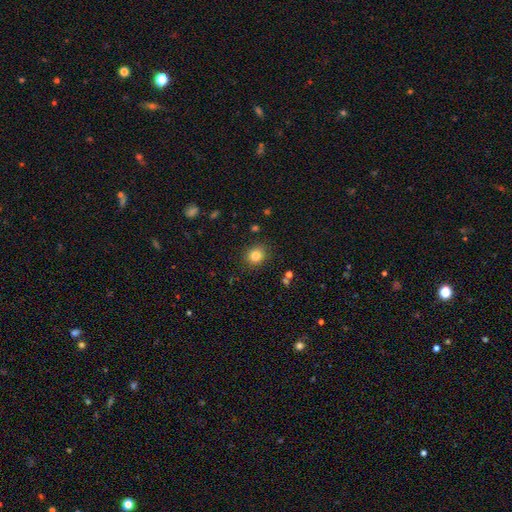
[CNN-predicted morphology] smooth_or_featured: smooth (p=0.82) [alt: star or artifact p=0.12]
how_rounded: round (p=0.78) [alt: in between p=0.21]
merging: none (p=0.88) [alt: minor disturbance p=0.08]